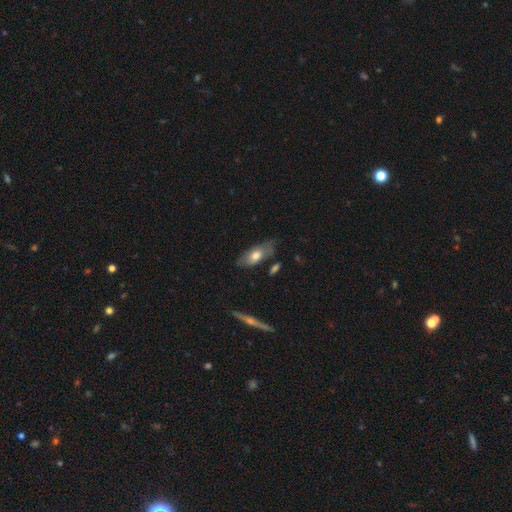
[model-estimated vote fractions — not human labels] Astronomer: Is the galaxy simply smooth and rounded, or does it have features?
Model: smooth — 60%.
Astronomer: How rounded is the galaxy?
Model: in between — 80%.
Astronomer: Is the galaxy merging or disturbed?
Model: none — 63%.